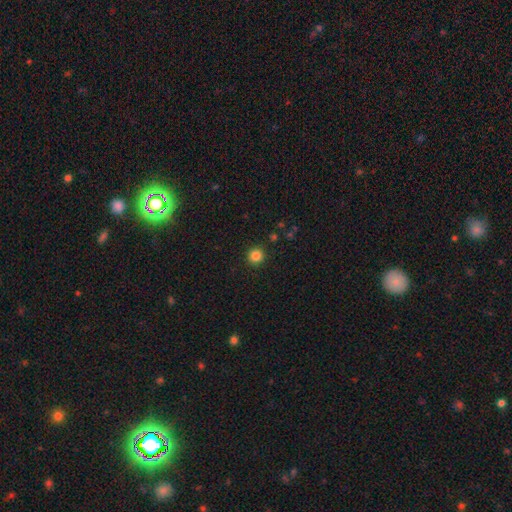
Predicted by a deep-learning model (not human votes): Q: Smooth or featured?
A: smooth (84%); runner-up: star or artifact (12%)
Q: How rounded?
A: round (95%); runner-up: in between (4%)
Q: Merging?
A: none (92%); runner-up: minor disturbance (5%)